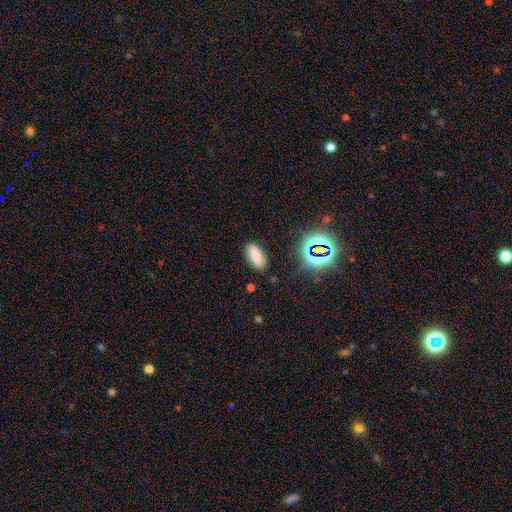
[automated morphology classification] Q: Smooth or featured?
A: smooth (73%); runner-up: star or artifact (16%)
Q: How rounded?
A: in between (89%); runner-up: cigar-shaped (8%)
Q: Merging?
A: none (82%); runner-up: minor disturbance (13%)